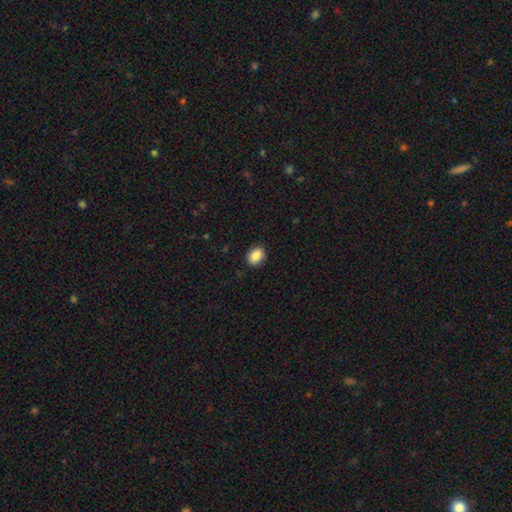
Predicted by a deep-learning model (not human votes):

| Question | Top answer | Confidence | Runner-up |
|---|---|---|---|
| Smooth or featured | smooth | 88% | star or artifact (8%) |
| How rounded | in between | 62% | round (37%) |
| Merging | none | 89% | minor disturbance (8%) |